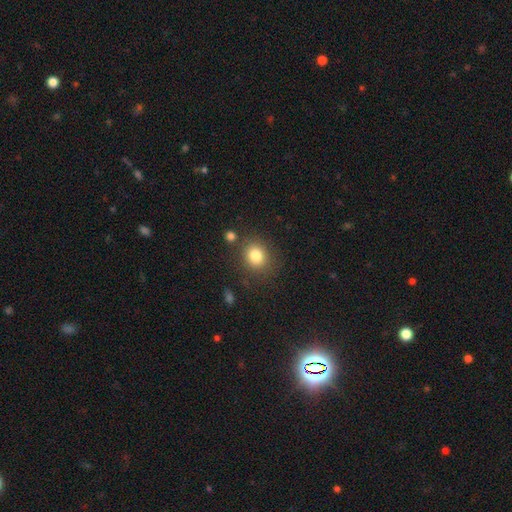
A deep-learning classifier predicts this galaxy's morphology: Smooth or featured? Predicted: smooth (p=0.82). How rounded? Predicted: round (p=0.71). Merging? Predicted: none (p=0.78).